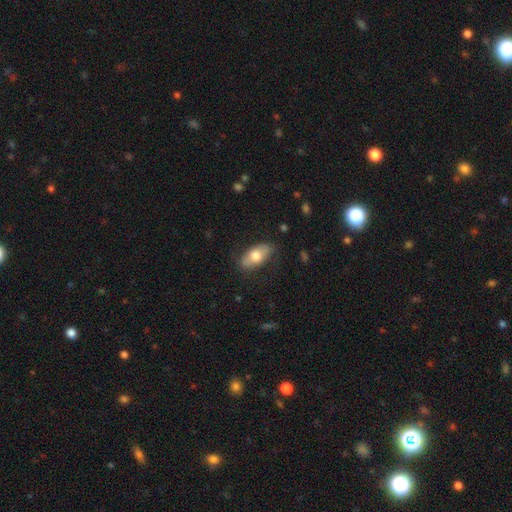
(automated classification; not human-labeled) smooth-or-featured: smooth: 68% | featured or disk: 26% | star or artifact: 6%
  how-rounded: in between: 89% | cigar-shaped: 7% | round: 4%
  merging: none: 76% | minor disturbance: 18% | major disturbance: 5% | merger: 1%